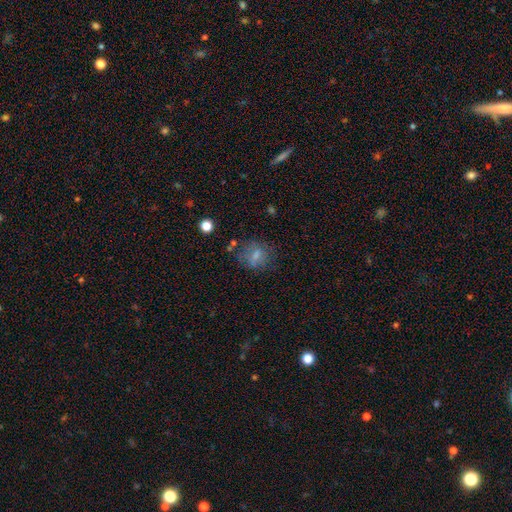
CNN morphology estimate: type=smooth (65%); roundness=round (55%); merging=none (57%).